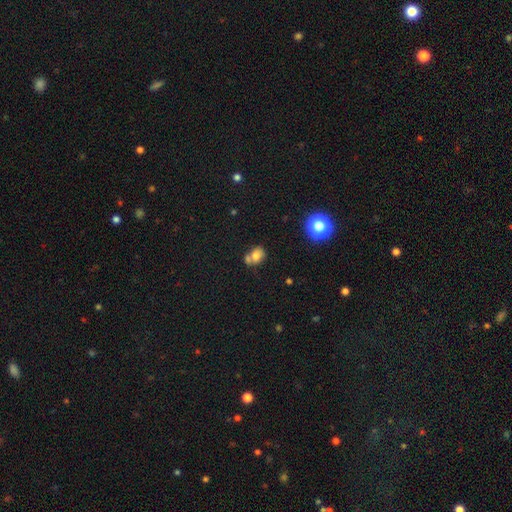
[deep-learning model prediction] Q: Smooth or featured?
A: smooth (73%); runner-up: featured or disk (14%)
Q: How rounded?
A: round (53%); runner-up: in between (46%)
Q: Merging?
A: merger (42%); runner-up: none (40%)